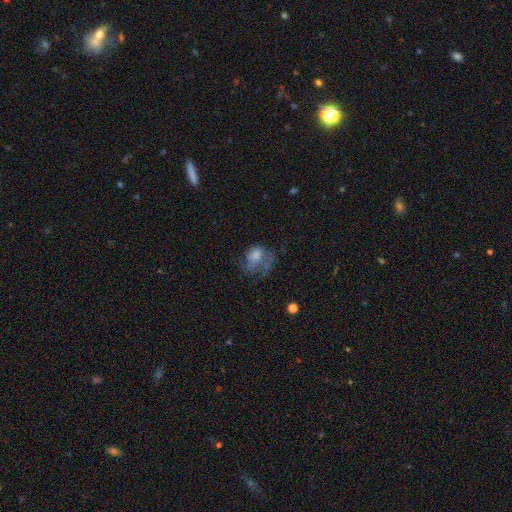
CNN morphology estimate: Smooth or featured: smooth — 50% (featured or disk — 35%)
How rounded: in between — 58% (round — 40%)
Merging: major disturbance — 44% (none — 31%)